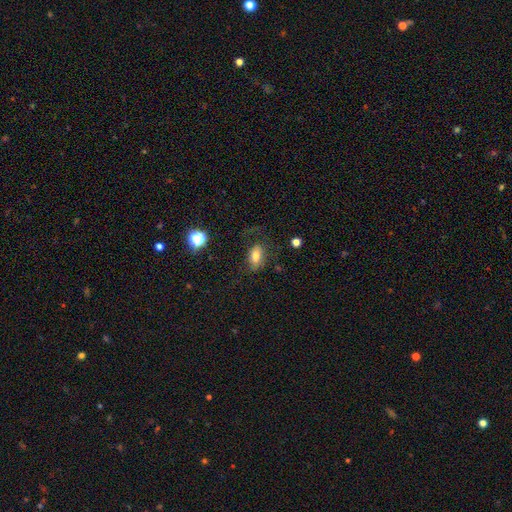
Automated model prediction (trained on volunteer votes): smooth_or_featured: smooth (p=0.72) [alt: featured or disk p=0.18]
how_rounded: in between (p=0.87) [alt: round p=0.10]
merging: none (p=0.61) [alt: minor disturbance p=0.20]